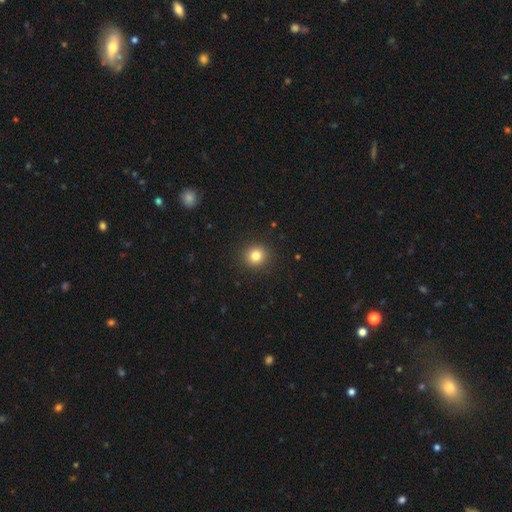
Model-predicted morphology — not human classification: A smooth galaxy with no disk features (81%) that is round (90%). Merging: none (92%).